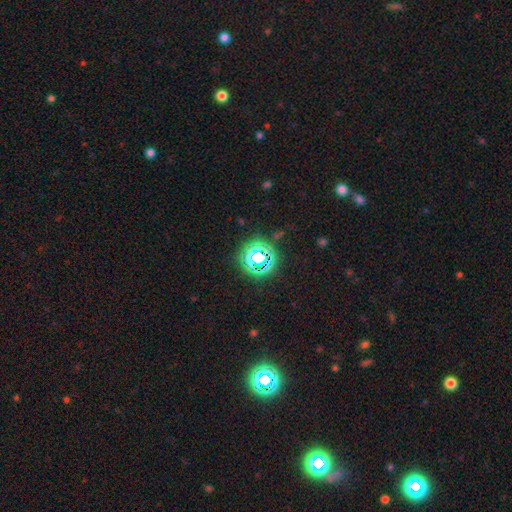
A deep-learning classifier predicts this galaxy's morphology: Smooth or featured? Predicted: star or artifact (p=0.74).